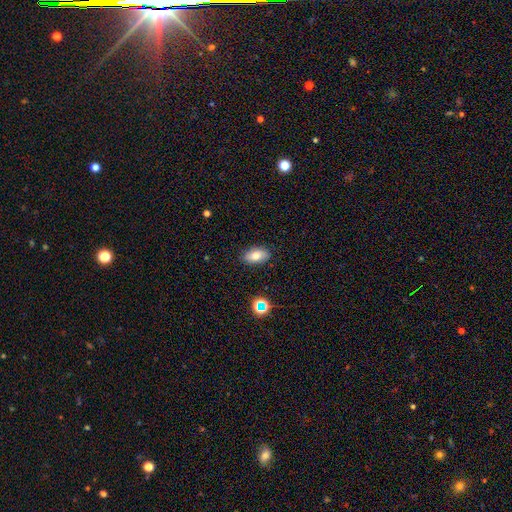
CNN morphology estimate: A smooth galaxy with no disk features (77%) that is in between round and cigar-shaped (90%).

Vote fractions:
- Smooth or featured? smooth: 77% / featured or disk: 14% / star or artifact: 10%
- How rounded? in between: 90% / round: 6% / cigar-shaped: 4%
- Merging? none: 86% / minor disturbance: 10% / major disturbance: 2% / merger: 1%